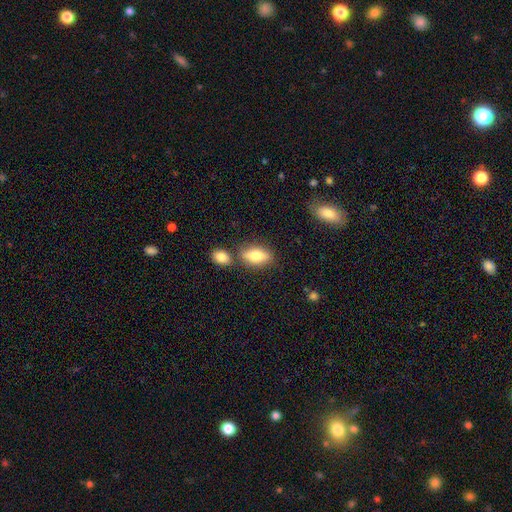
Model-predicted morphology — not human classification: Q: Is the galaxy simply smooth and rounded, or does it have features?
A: smooth — 68%.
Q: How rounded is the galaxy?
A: in between — 75%.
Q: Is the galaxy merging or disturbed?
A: none — 70%.